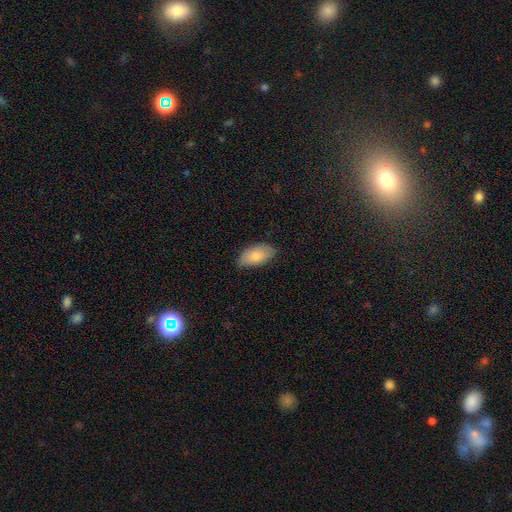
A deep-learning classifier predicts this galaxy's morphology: Smooth or featured? Predicted: smooth (p=0.83). How rounded? Predicted: in between (p=0.94). Merging? Predicted: none (p=0.75).